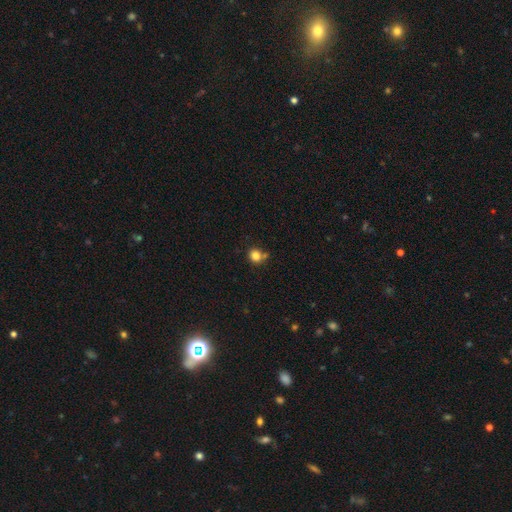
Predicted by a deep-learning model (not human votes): This appears to be a smooth galaxy with no disk features (83%) that is round (84%). Merging: none (68%).